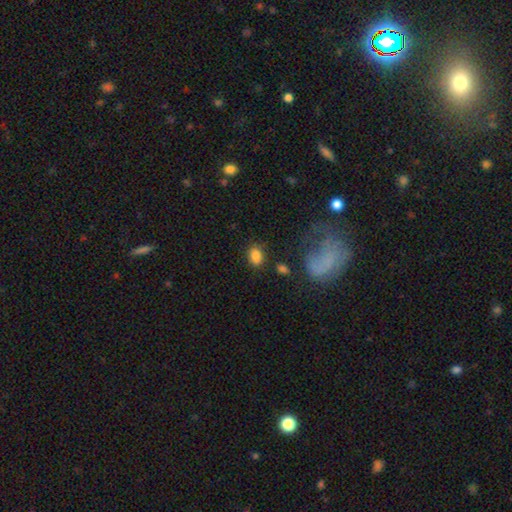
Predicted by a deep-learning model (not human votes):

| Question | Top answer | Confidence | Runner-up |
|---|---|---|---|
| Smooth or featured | smooth | 84% | star or artifact (9%) |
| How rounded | in between | 70% | round (29%) |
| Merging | none | 73% | minor disturbance (15%) |